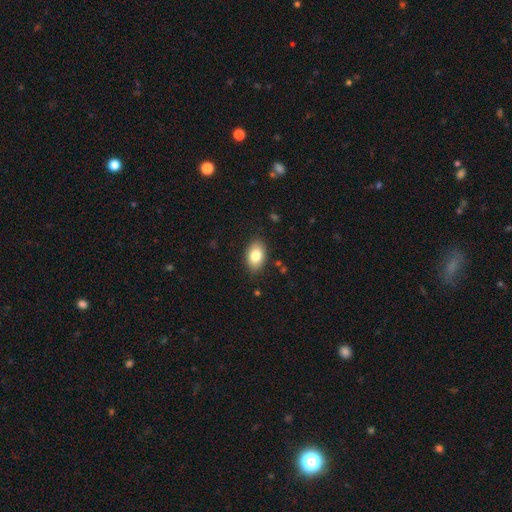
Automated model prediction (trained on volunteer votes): Smooth or featured?
  - smooth: 82% *
  - featured or disk: 11%
  - star or artifact: 7%
How rounded?
  - in between: 90% *
  - round: 9%
  - cigar-shaped: 1%
Merging?
  - none: 86% *
  - minor disturbance: 11%
  - major disturbance: 2%
  - merger: 1%